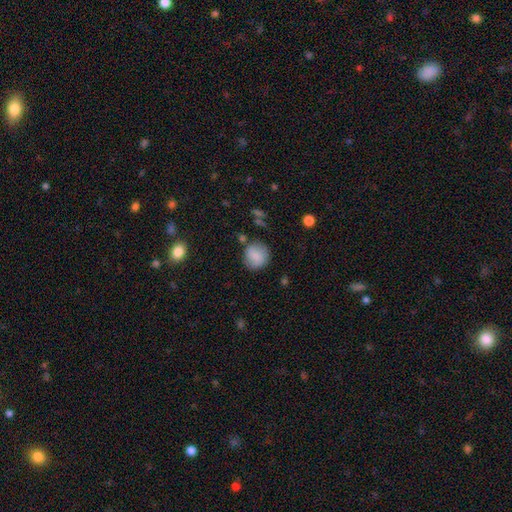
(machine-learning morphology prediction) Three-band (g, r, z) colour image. It shows a smooth galaxy with no disk features (81%) that is round (87%). Merging: none (77%).